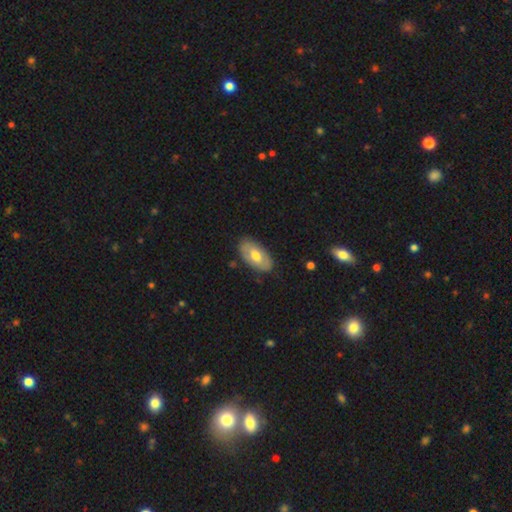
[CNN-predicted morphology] Smooth or featured? smooth (54%)
How rounded? in between (93%)
Merging? none (83%)